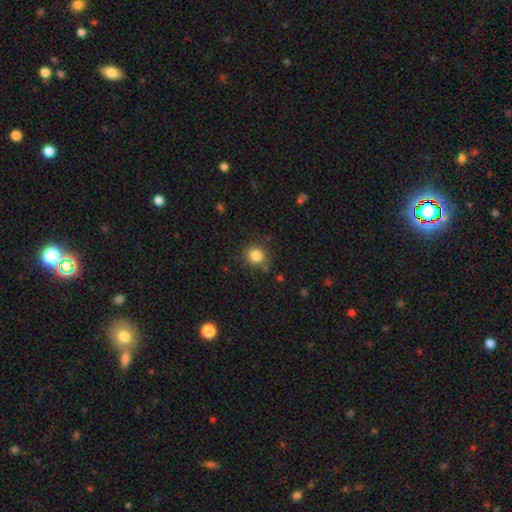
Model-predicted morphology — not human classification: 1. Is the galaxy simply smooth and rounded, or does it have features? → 83% smooth, 11% star or artifact, 6% featured or disk.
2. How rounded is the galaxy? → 88% round, 11% in between, 1% cigar-shaped.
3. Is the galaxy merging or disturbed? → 82% none, 11% minor disturbance, 3% merger, 3% major disturbance.